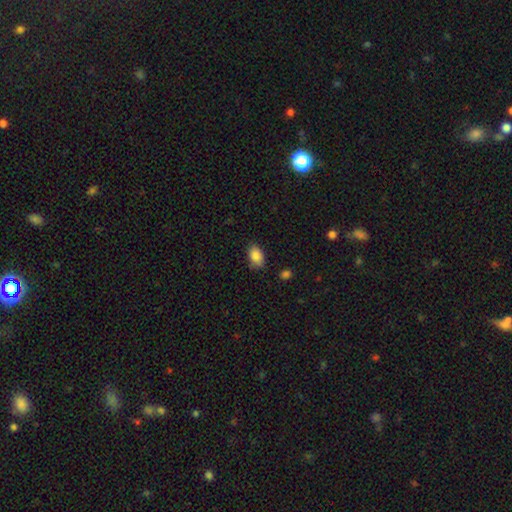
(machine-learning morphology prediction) Smooth or featured?
  - smooth: 87% *
  - star or artifact: 8%
  - featured or disk: 5%
How rounded?
  - in between: 90% *
  - round: 9%
  - cigar-shaped: 2%
Merging?
  - none: 82% *
  - minor disturbance: 14%
  - major disturbance: 3%
  - merger: 2%